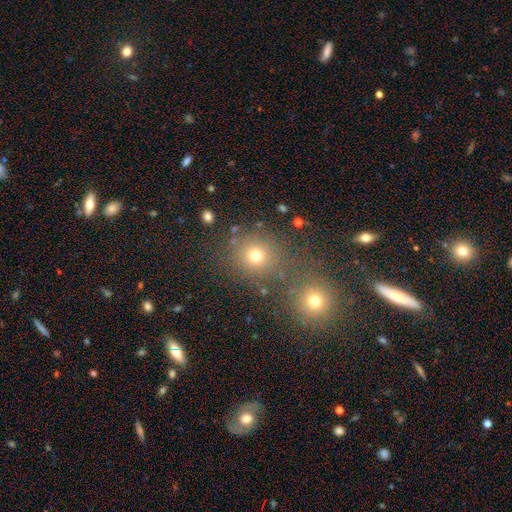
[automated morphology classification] smooth 72%, star or artifact 20%, featured or disk 9%. Down the decision tree: how rounded — round (84%); merging — none (68%).